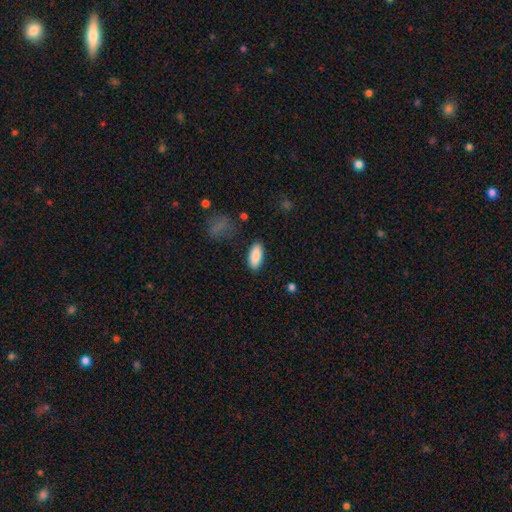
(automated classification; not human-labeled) smooth-or-featured: smooth: 87% | featured or disk: 7% | star or artifact: 6%
  how-rounded: in between: 83% | cigar-shaped: 15% | round: 2%
  merging: none: 86% | minor disturbance: 10% | major disturbance: 2% | merger: 2%